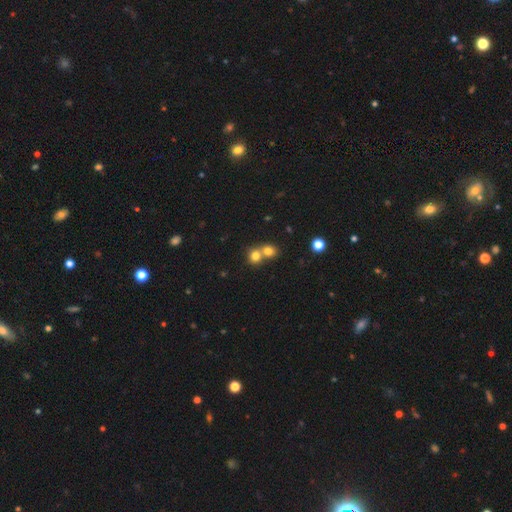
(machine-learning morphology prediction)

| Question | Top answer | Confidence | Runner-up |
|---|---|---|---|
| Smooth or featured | smooth | 78% | star or artifact (12%) |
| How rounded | round | 81% | in between (18%) |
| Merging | merger | 58% | none (36%) |